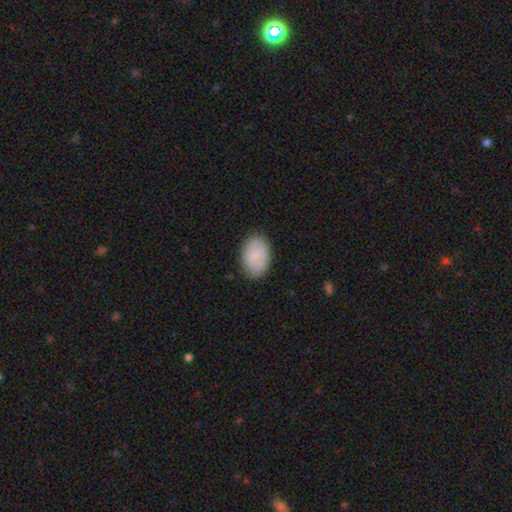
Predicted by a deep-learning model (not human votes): This appears to be a smooth galaxy with no disk features (78%) that is in between round and cigar-shaped (88%). Merging: none (84%).